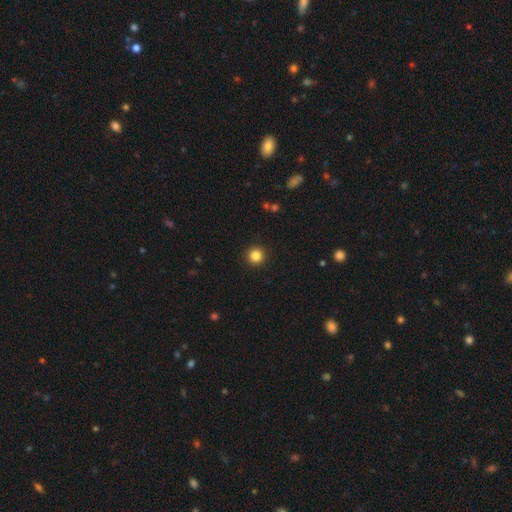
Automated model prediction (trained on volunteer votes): Smooth or featured? Predicted: smooth (p=0.84). How rounded? Predicted: round (p=0.96). Merging? Predicted: none (p=0.93).